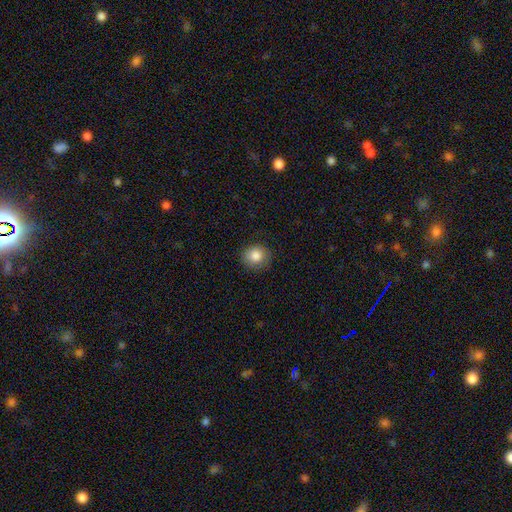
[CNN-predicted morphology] Smooth or featured?
  - smooth: 85% *
  - star or artifact: 9%
  - featured or disk: 6%
How rounded?
  - round: 84% *
  - in between: 16%
  - cigar-shaped: 1%
Merging?
  - none: 87% *
  - minor disturbance: 10%
  - major disturbance: 3%
  - merger: 1%